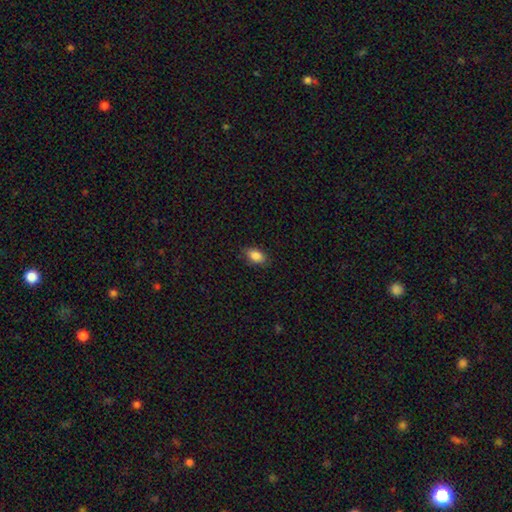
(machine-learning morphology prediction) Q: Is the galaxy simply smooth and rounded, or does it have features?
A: smooth — 87%.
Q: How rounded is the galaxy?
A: in between — 89%.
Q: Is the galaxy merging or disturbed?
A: none — 83%.